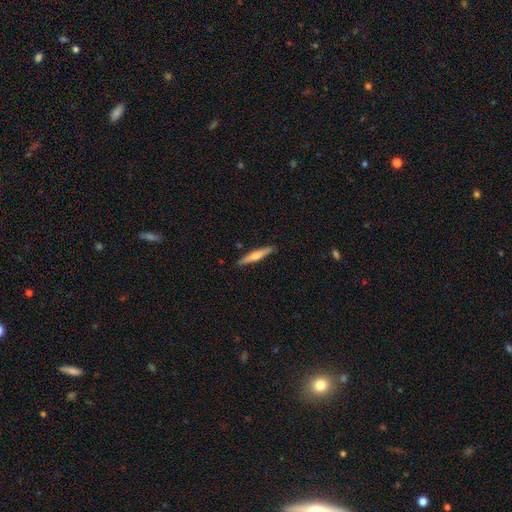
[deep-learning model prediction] smooth-or-featured: featured or disk: 50% | smooth: 44% | star or artifact: 6%
  disk-edge-on: yes: 96% | no: 4%
  merging: none: 89% | minor disturbance: 8% | major disturbance: 2% | merger: 1%